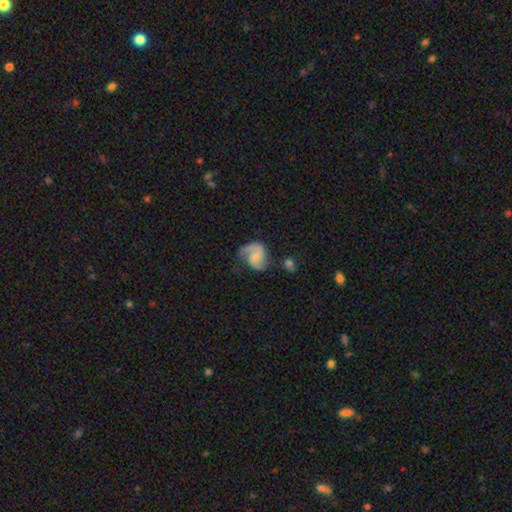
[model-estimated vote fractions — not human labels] A featured or disk galaxy (78%) with no bar (57%), 2 (65%) medium (48%) spiral arms (95%) and a small central bulge (40%).

Vote fractions:
- Smooth or featured? featured or disk: 78% / smooth: 16% / star or artifact: 6%
- Edge-on disk? no: 98% / yes: 2%
- Bar? no: 57% / weak: 37% / strong: 7%
- Spiral arms? yes: 95% / no: 5%
- Spiral winding? medium: 48% / loose: 33% / tight: 19%
- Spiral arm count? 2: 65% / 1: 29% / can't tell: 4% / 3: 1% / 4: 1% / more than 4: 1%
- Bulge size? small: 40% / none: 31% / moderate: 24% / large: 4% / dominant: 1%
- Merging? none: 53% / minor disturbance: 23% / major disturbance: 19% / merger: 5%